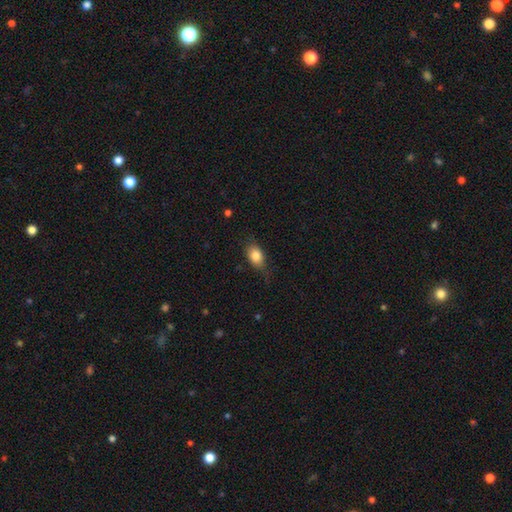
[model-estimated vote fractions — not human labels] Smooth or featured: smooth — 83% (featured or disk — 9%)
How rounded: in between — 81% (round — 16%)
Merging: none — 70% (minor disturbance — 23%)